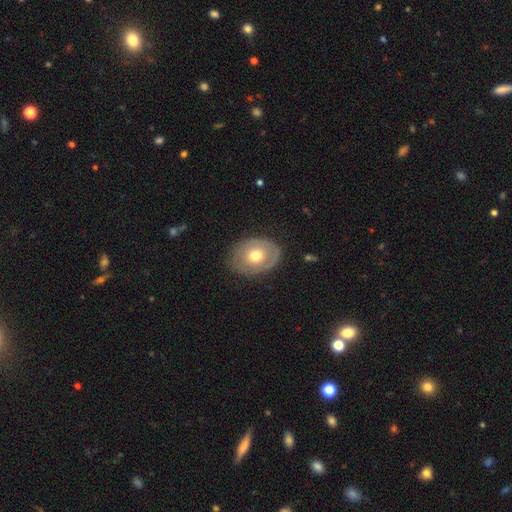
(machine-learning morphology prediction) Smooth or featured?
  - smooth: 53% *
  - featured or disk: 41%
  - star or artifact: 6%
How rounded?
  - in between: 65% *
  - round: 34%
  - cigar-shaped: 1%
Merging?
  - none: 79% *
  - minor disturbance: 15%
  - major disturbance: 5%
  - merger: 1%